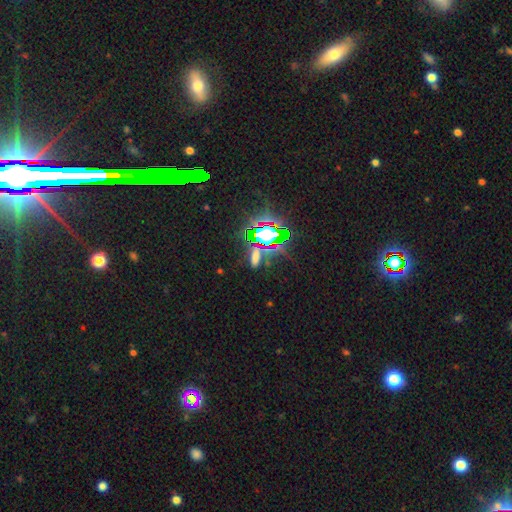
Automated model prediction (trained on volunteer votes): Smooth or featured? Predicted: star or artifact (p=0.51).